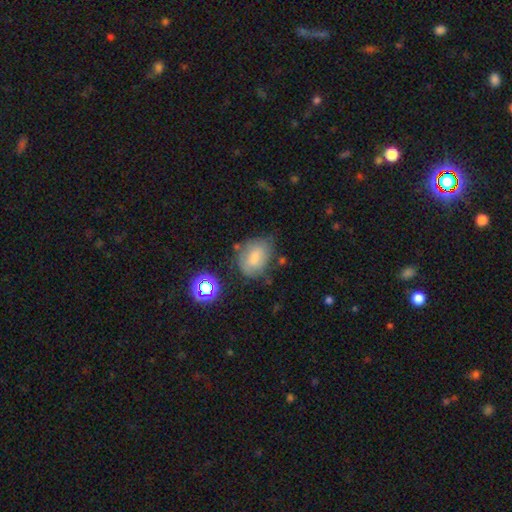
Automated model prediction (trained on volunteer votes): smooth_or_featured: smooth (p=0.66) [alt: featured or disk p=0.19]
how_rounded: in between (p=0.69) [alt: round p=0.30]
merging: none (p=0.58) [alt: minor disturbance p=0.28]